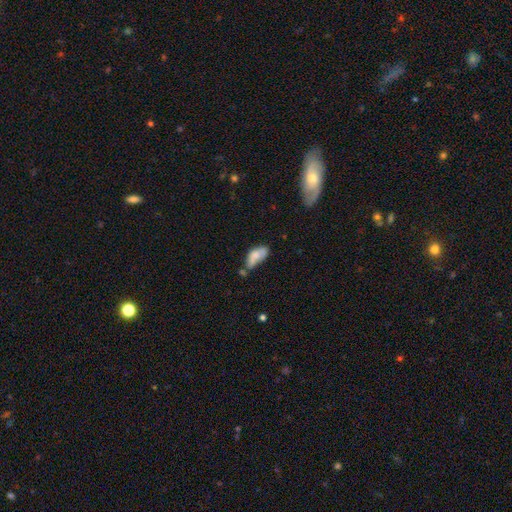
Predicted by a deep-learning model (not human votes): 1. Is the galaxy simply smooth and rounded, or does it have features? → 71% smooth, 20% featured or disk, 9% star or artifact.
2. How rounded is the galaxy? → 87% in between, 10% cigar-shaped, 3% round.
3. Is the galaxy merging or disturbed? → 34% minor disturbance, 28% none, 19% major disturbance, 18% merger.